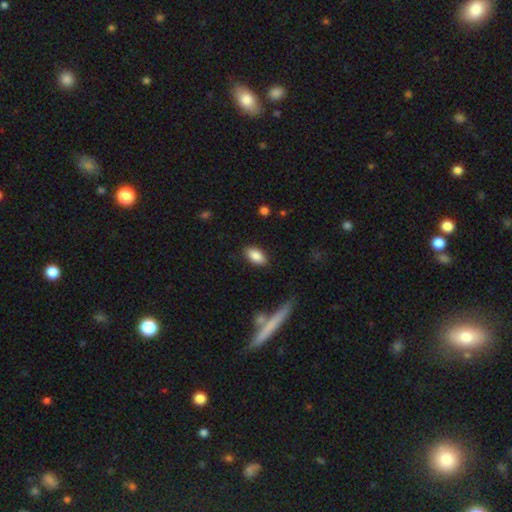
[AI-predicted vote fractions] Smooth or featured?
  - smooth: 85% *
  - featured or disk: 8%
  - star or artifact: 7%
How rounded?
  - in between: 91% *
  - cigar-shaped: 5%
  - round: 4%
Merging?
  - none: 86% *
  - minor disturbance: 10%
  - major disturbance: 2%
  - merger: 2%